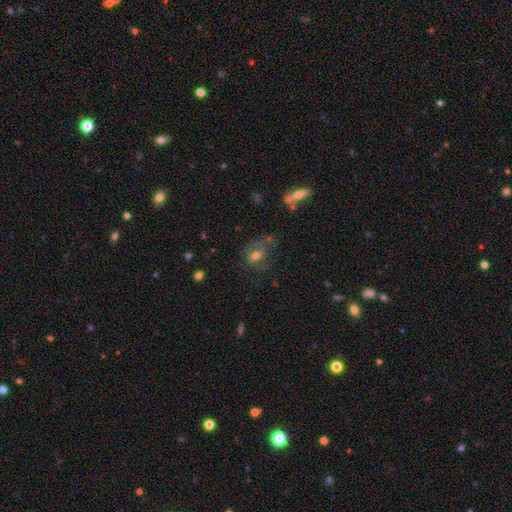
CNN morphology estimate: This is possibly a smooth galaxy (47%). Merging: marginally none (41%).